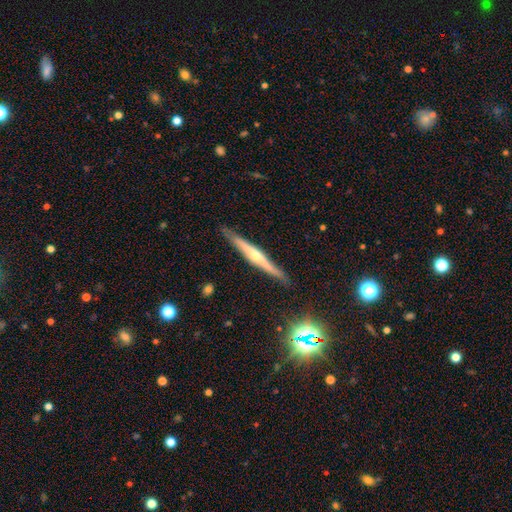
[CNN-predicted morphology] type=featured or disk (75%); edge-on=yes (97%); edge-on bulge=rounded (86%); merging=none (88%).